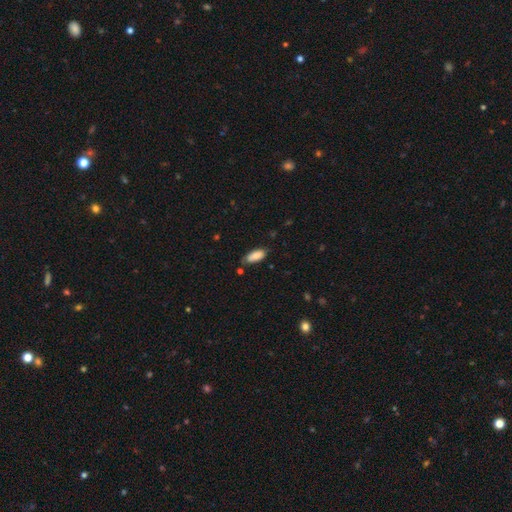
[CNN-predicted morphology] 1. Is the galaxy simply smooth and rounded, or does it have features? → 87% smooth, 7% star or artifact, 7% featured or disk.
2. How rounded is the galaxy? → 80% in between, 19% cigar-shaped, 2% round.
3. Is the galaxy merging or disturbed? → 68% none, 24% minor disturbance, 4% major disturbance, 4% merger.